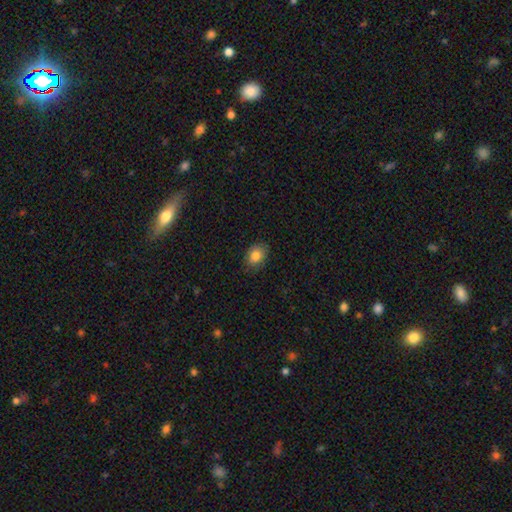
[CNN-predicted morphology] Overall: smooth (85%). How rounded: in between (72%). Merging: none (84%).